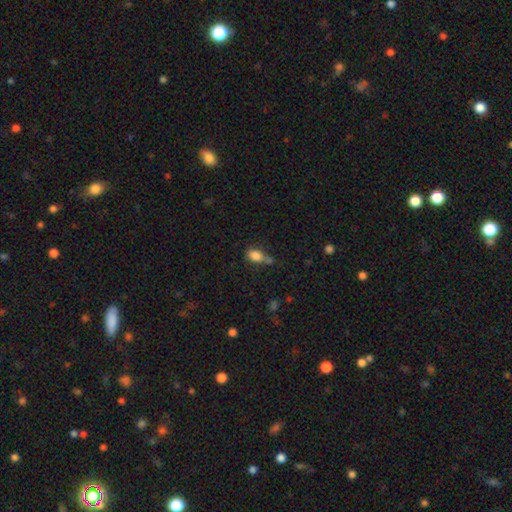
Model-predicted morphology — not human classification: type=smooth (82%); roundness=in between (80%); merging=none (45%).